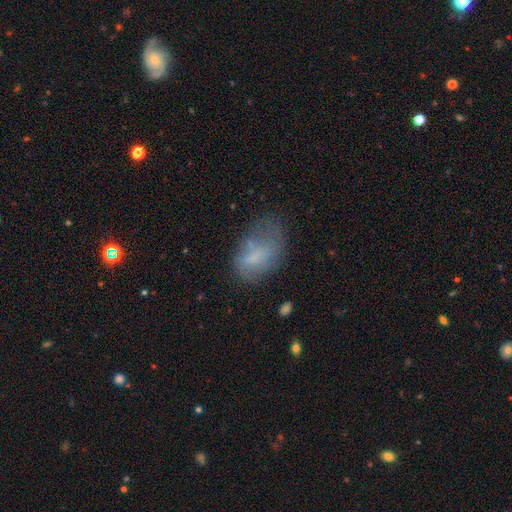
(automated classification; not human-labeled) A smooth galaxy with no disk features (60%) that is in between round and cigar-shaped (88%). Merging: none (37%).